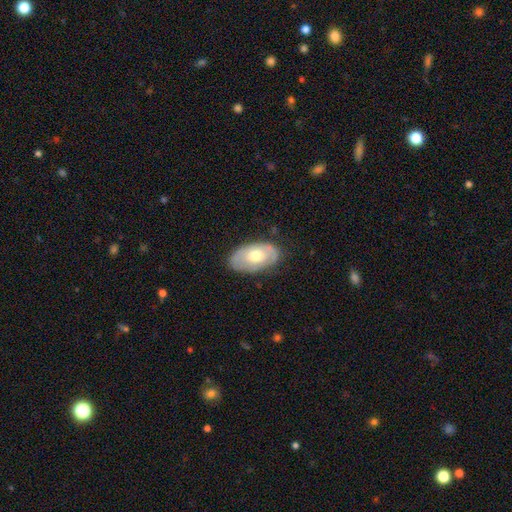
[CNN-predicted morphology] Smooth or featured: smooth — 49% (featured or disk — 45%)
Merging: none — 76% (minor disturbance — 18%)